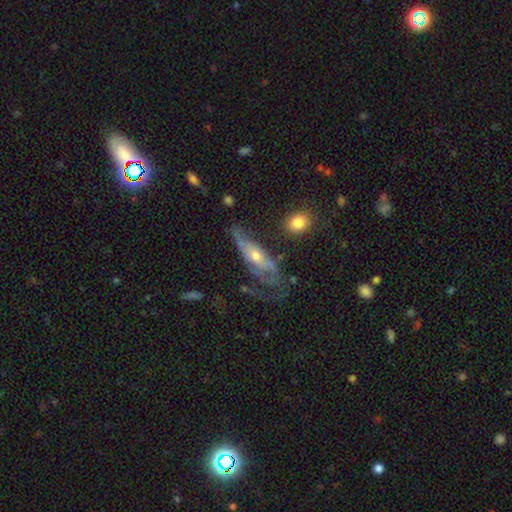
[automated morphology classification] Smooth or featured?
  - featured or disk: 67% *
  - smooth: 23%
  - star or artifact: 10%
Edge-on disk?
  - no: 68% *
  - yes: 32%
Merging?
  - none: 38% *
  - major disturbance: 32%
  - minor disturbance: 25%
  - merger: 5%